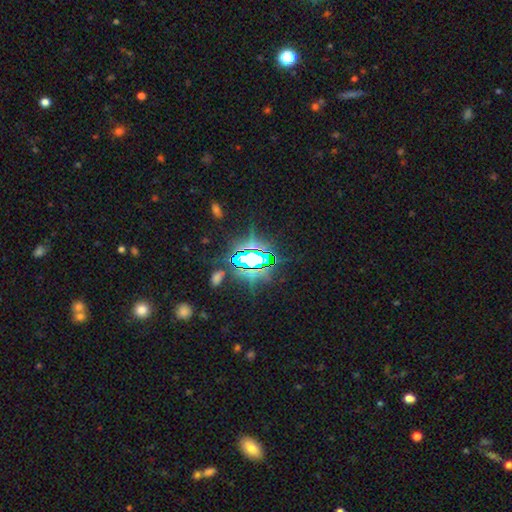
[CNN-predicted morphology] star or artifact 79%, smooth 11%, featured or disk 10%.